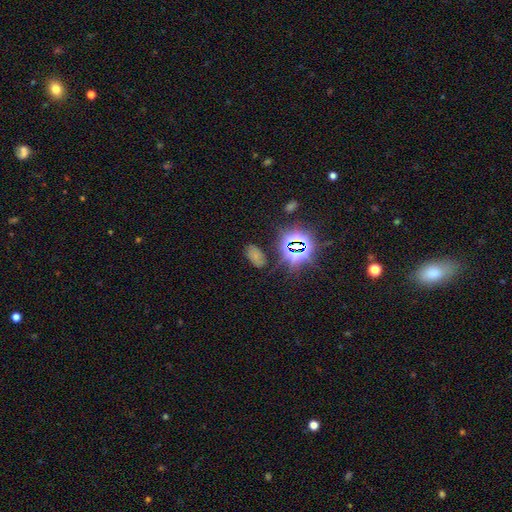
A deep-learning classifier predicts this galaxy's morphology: Q: Smooth or featured?
A: smooth (49%); runner-up: star or artifact (38%)
Q: Merging?
A: none (71%); runner-up: minor disturbance (18%)